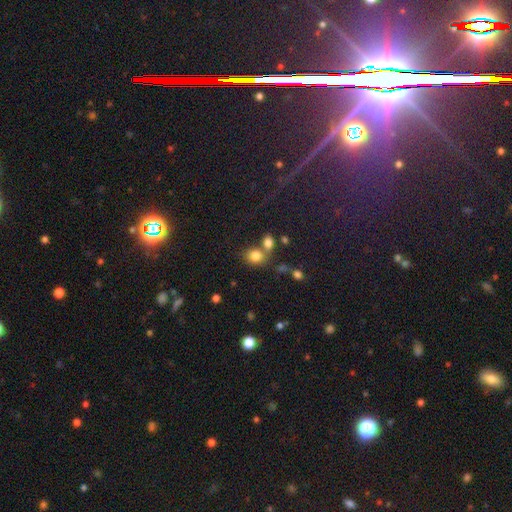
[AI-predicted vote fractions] Smooth or featured? Predicted: smooth (p=0.79). How rounded? Predicted: round (p=0.60). Merging? Predicted: none (p=0.52).